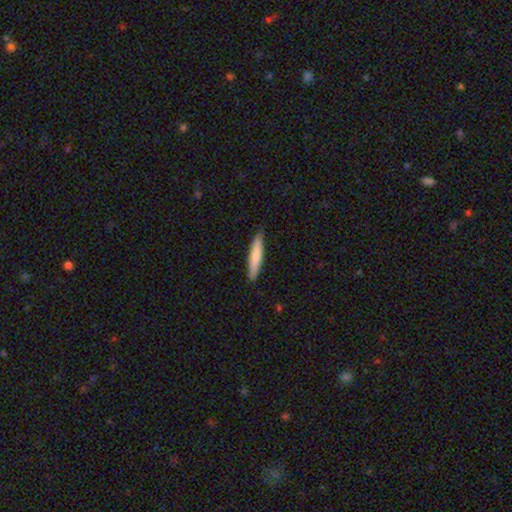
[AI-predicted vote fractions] Smooth or featured? Predicted: smooth (p=0.78). How rounded? Predicted: cigar-shaped (p=0.90). Merging? Predicted: none (p=0.88).